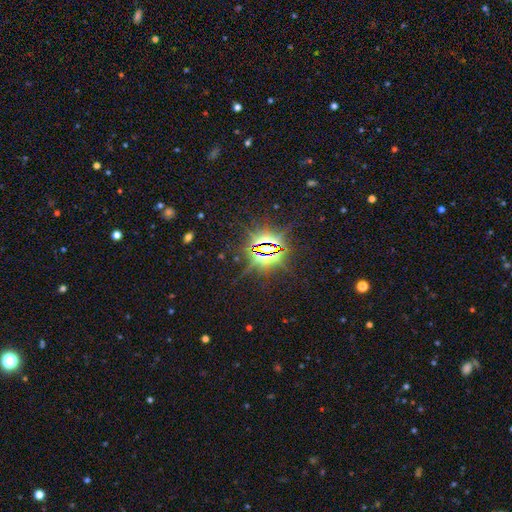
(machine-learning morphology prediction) Smooth or featured? Predicted: star or artifact (p=0.85).